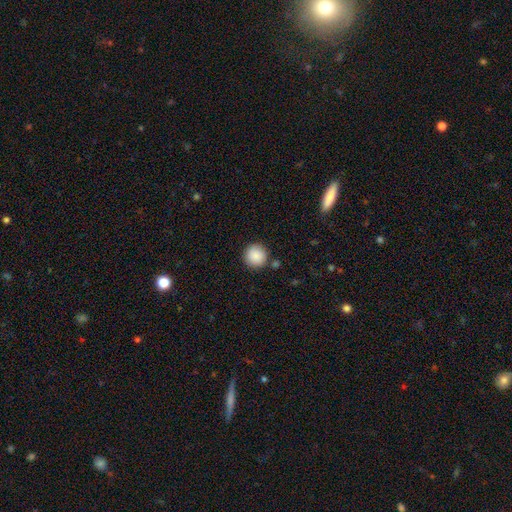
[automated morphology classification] Q: Smooth or featured?
A: smooth (88%); runner-up: star or artifact (8%)
Q: How rounded?
A: round (95%); runner-up: in between (4%)
Q: Merging?
A: none (85%); runner-up: minor disturbance (8%)